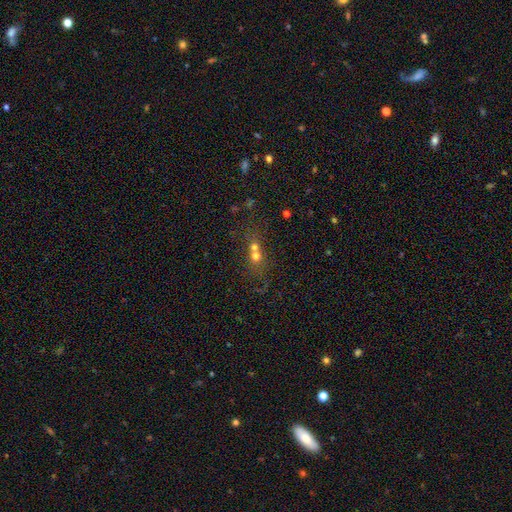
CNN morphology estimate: smooth 61%, featured or disk 20%, star or artifact 19%. Down the decision tree: how rounded — round (75%); merging — merger (60%).